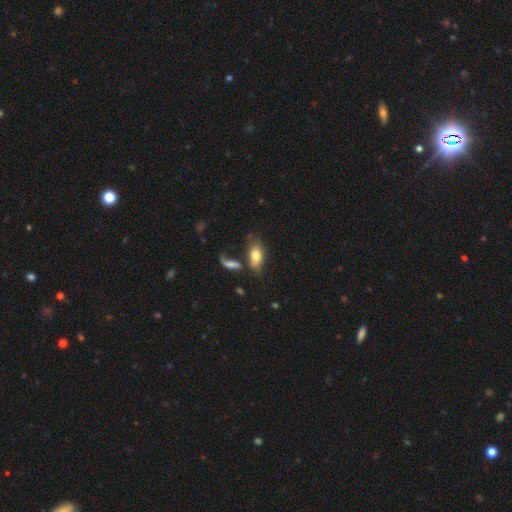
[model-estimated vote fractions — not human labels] This appears to be a smooth galaxy with no disk features (73%) that is in between round and cigar-shaped (89%). Merging: none (47%).